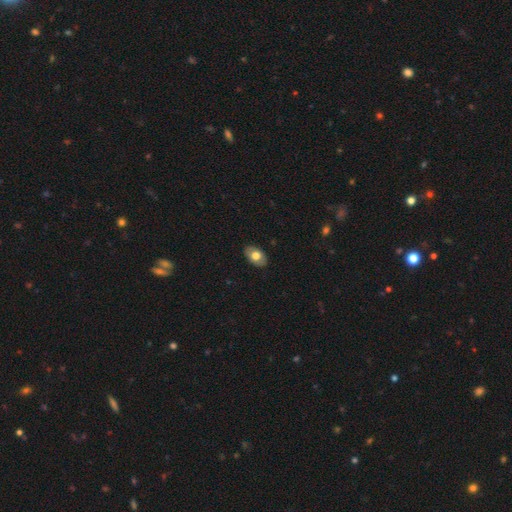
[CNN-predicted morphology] This is likely a smooth galaxy (68%). How rounded: clearly in between (89%). Merging: clearly none (86%).